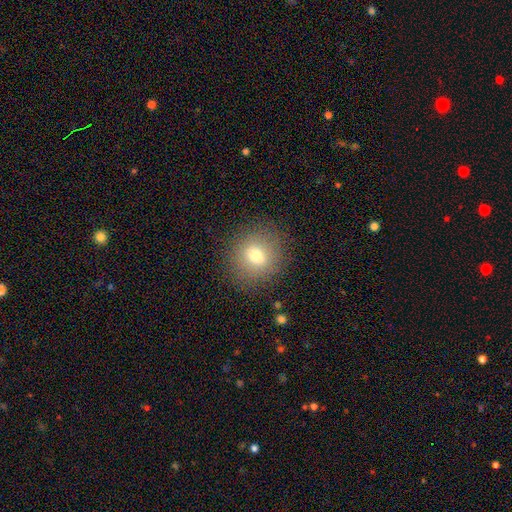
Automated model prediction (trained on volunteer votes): Q: Smooth or featured?
A: smooth (73%); runner-up: featured or disk (14%)
Q: How rounded?
A: round (87%); runner-up: in between (12%)
Q: Merging?
A: none (87%); runner-up: minor disturbance (8%)